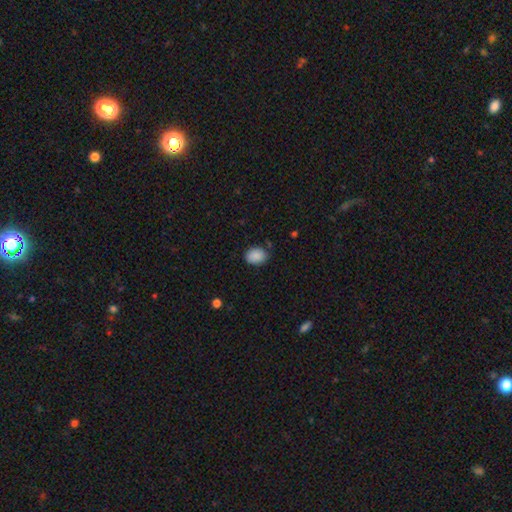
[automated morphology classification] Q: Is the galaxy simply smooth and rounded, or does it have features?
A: smooth — 89%.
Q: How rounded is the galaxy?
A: in between — 64%.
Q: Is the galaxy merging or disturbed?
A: none — 81%.